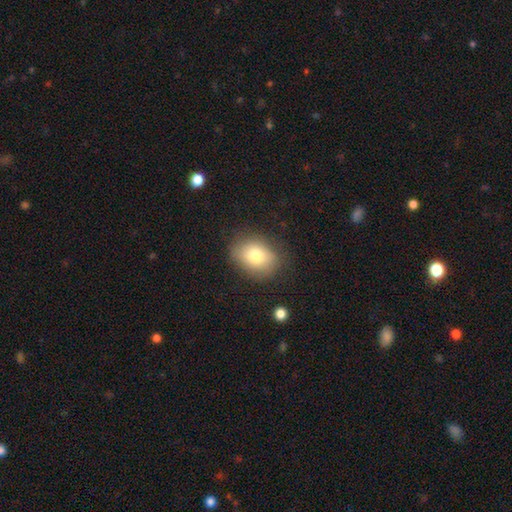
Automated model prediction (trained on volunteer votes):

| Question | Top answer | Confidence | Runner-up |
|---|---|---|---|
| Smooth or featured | smooth | 77% | featured or disk (13%) |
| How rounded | in between | 55% | round (44%) |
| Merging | none | 79% | minor disturbance (15%) |